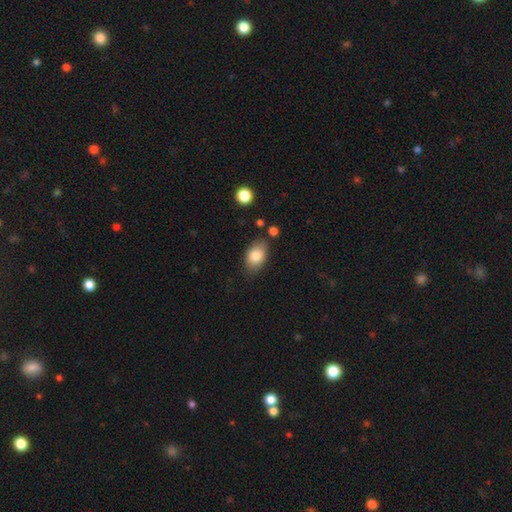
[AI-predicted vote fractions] Q: Smooth or featured?
A: smooth (82%); runner-up: featured or disk (10%)
Q: How rounded?
A: in between (89%); runner-up: round (10%)
Q: Merging?
A: none (77%); runner-up: minor disturbance (16%)